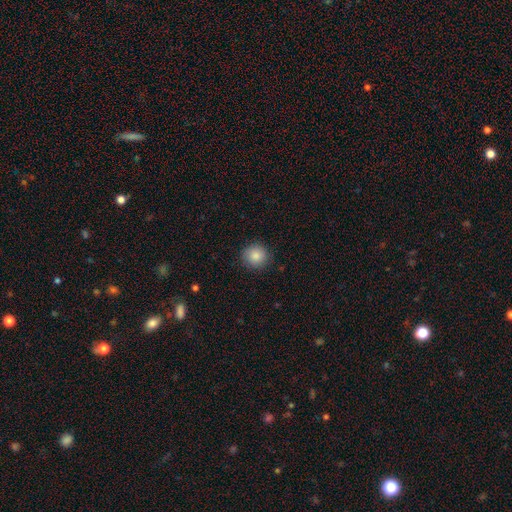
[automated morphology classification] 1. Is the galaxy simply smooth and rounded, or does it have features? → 87% smooth, 9% star or artifact, 5% featured or disk.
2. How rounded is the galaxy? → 93% round, 6% in between, 1% cigar-shaped.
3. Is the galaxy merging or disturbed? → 89% none, 7% minor disturbance, 2% major disturbance, 1% merger.